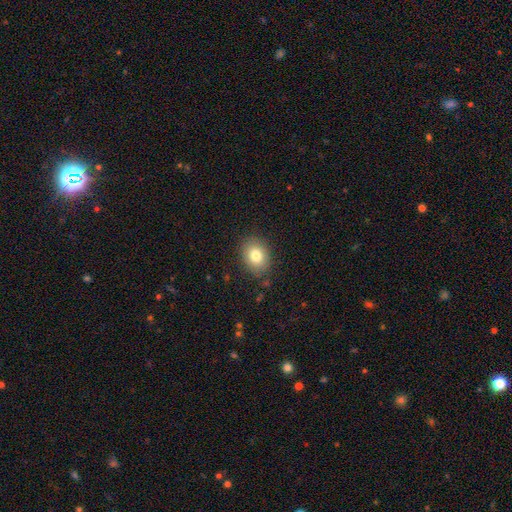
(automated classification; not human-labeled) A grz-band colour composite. It shows a smooth galaxy with no disk features (80%) that is in between round and cigar-shaped (62%). Merging: none (84%).